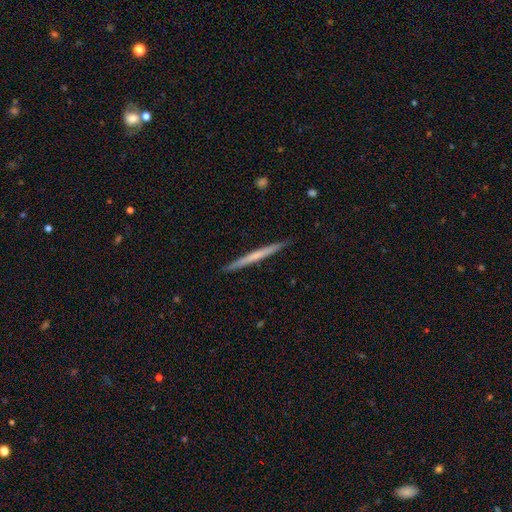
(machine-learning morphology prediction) This appears to be a featured or disk galaxy (48%). Merging: none (92%).